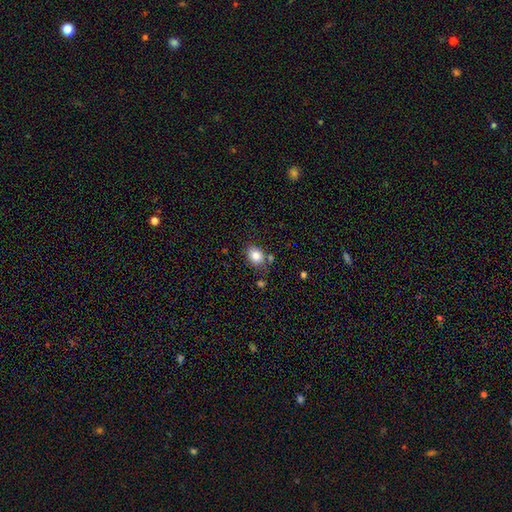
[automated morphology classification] Smooth or featured? Predicted: smooth (p=0.83). How rounded? Predicted: in between (p=0.60). Merging? Predicted: none (p=0.73).